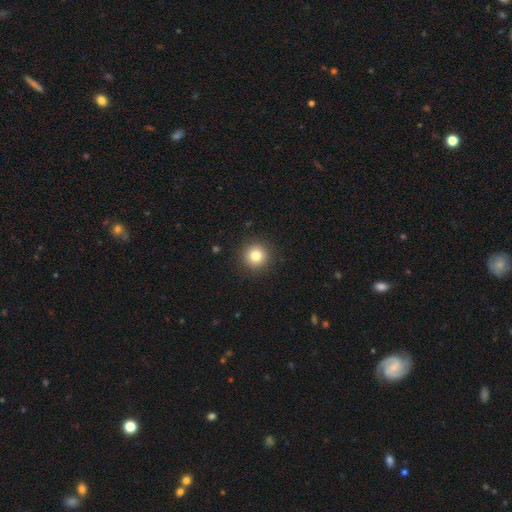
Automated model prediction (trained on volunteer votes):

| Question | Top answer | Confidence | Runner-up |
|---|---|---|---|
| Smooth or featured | smooth | 82% | star or artifact (11%) |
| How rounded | round | 95% | in between (4%) |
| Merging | none | 92% | minor disturbance (5%) |